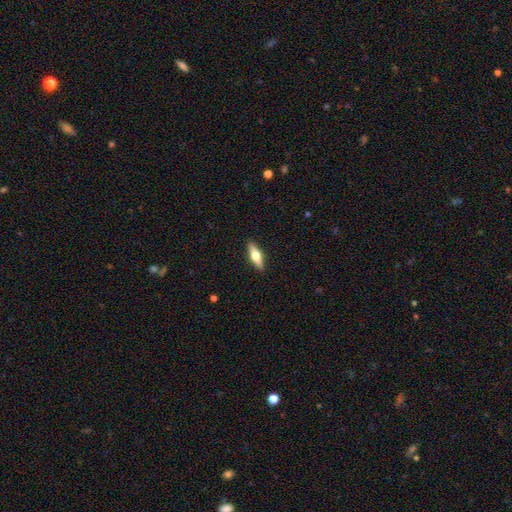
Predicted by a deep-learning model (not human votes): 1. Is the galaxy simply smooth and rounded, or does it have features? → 53% featured or disk, 41% smooth, 6% star or artifact.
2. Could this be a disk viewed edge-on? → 94% yes, 6% no.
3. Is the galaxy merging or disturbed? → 91% none, 7% minor disturbance, 2% major disturbance, 1% merger.